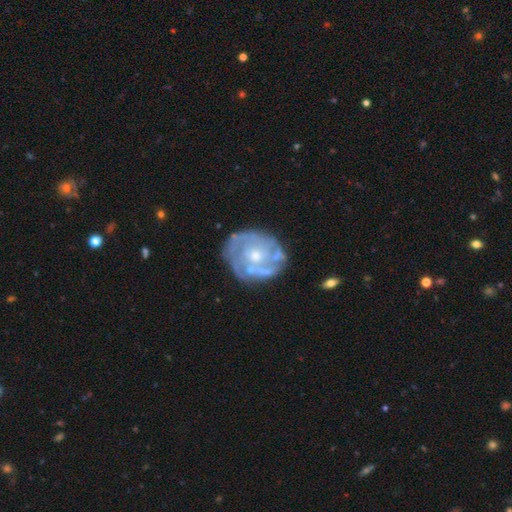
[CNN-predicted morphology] featured or disk 80%, smooth 14%, star or artifact 6%. Down the decision tree: edge-on disk — no (97%); bar — no (81%); spiral arms — yes (76%); spiral arm count — can't tell (45%); spiral winding — tight (67%); bulge size — small (55%); merging — none (68%).